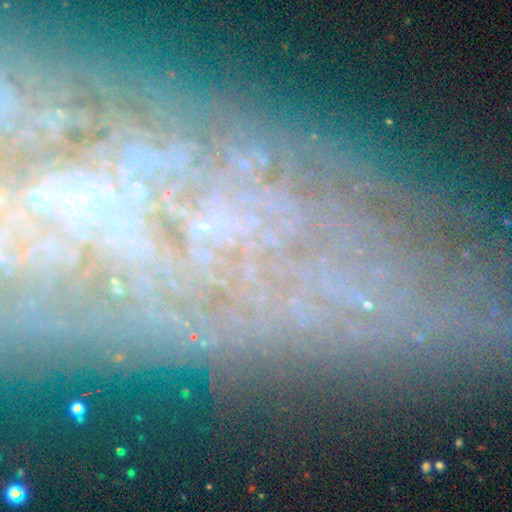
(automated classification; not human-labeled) Smooth or featured?
  - featured or disk: 43% *
  - star or artifact: 41%
  - smooth: 16%
Merging?
  - none: 63% *
  - minor disturbance: 17%
  - major disturbance: 14%
  - merger: 6%